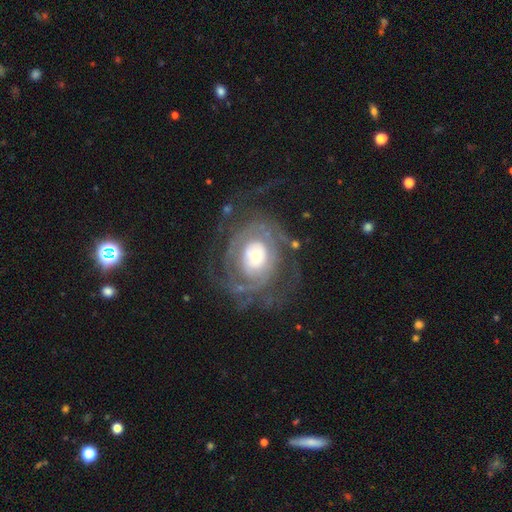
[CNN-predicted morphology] Q: Smooth or featured?
A: featured or disk (78%); runner-up: smooth (15%)
Q: Edge-on disk?
A: no (96%); runner-up: yes (4%)
Q: Bar?
A: no (82%); runner-up: weak (13%)
Q: Spiral arms?
A: yes (77%); runner-up: no (23%)
Q: Spiral winding?
A: tight (62%); runner-up: medium (23%)
Q: Spiral arm count?
A: can't tell (44%); runner-up: 2 (20%)
Q: Bulge size?
A: moderate (49%); runner-up: small (30%)
Q: Merging?
A: none (57%); runner-up: major disturbance (24%)